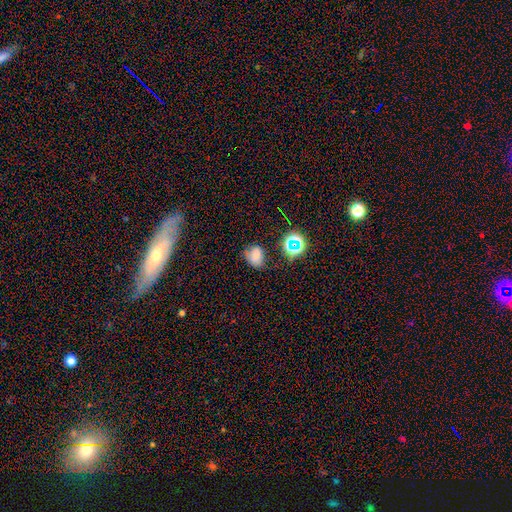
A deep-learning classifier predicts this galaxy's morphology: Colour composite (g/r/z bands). It shows a smooth galaxy with no disk features (69%) that is in between round and cigar-shaped (53%). Merging: none (59%).